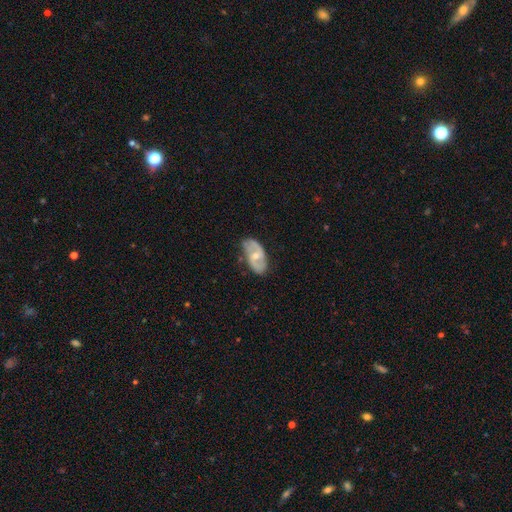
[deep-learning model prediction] smooth-or-featured: featured or disk: 69% | smooth: 26% | star or artifact: 5%
  disk-edge-on: no: 95% | yes: 5%
    bar: no: 52% | weak: 39% | strong: 9%
    has-spiral-arms: yes: 83% | no: 17%
      spiral-winding: medium: 45% | loose: 33% | tight: 23%
      spiral-arm-count: 2: 83% | can't tell: 11% | 1: 3% | 3: 2% | 4: 1% | more than 4: 1%
    bulge-size: moderate: 59% | small: 37% | large: 2% | none: 2% | dominant: 1%
  merging: none: 72% | minor disturbance: 22% | major disturbance: 5% | merger: 2%